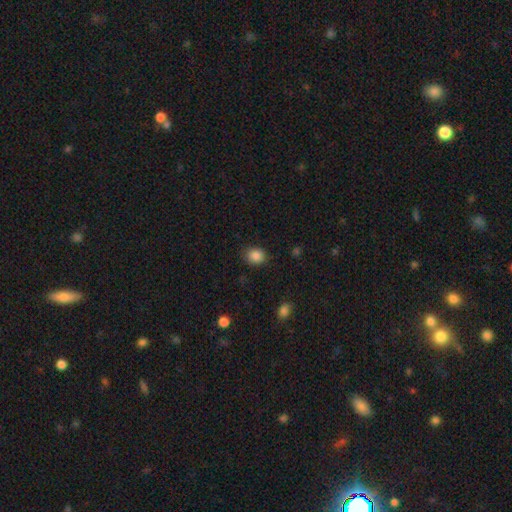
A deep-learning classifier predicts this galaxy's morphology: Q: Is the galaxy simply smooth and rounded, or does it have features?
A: smooth — 86%.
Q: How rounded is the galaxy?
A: round — 62%.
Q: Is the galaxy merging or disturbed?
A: none — 85%.